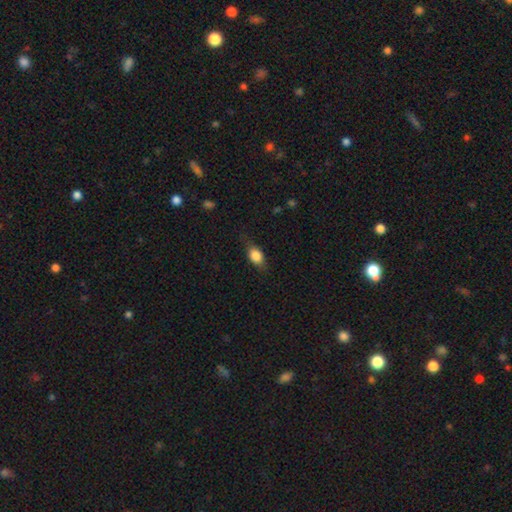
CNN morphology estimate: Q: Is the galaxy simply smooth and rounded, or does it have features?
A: smooth — 79%.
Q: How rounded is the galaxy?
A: in between — 76%.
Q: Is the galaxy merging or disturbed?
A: none — 71%.